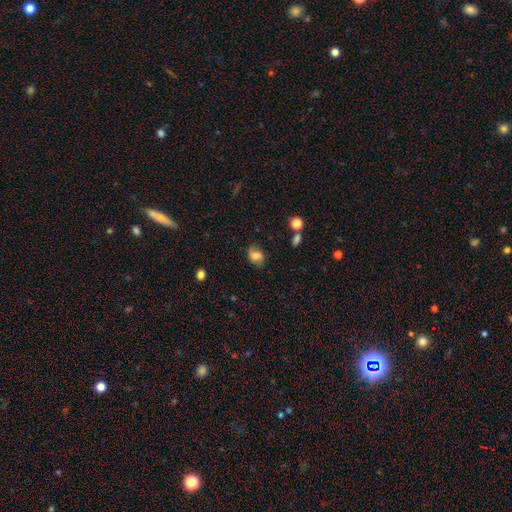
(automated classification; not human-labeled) Smooth or featured? smooth (73%)
How rounded? in between (59%)
Merging? none (73%)